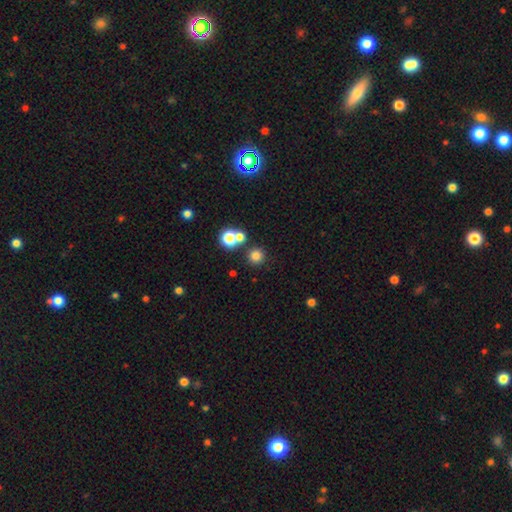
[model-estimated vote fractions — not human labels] Overall: smooth (77%). How rounded: round (94%). Merging: none (78%).